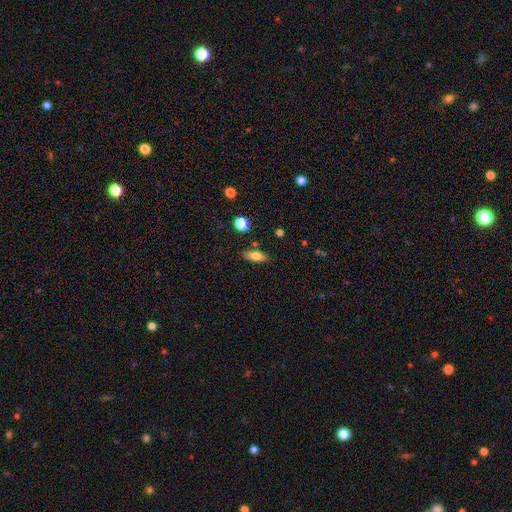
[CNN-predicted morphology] Smooth or featured? Predicted: smooth (p=0.79). How rounded? Predicted: in between (p=0.76). Merging? Predicted: none (p=0.80).